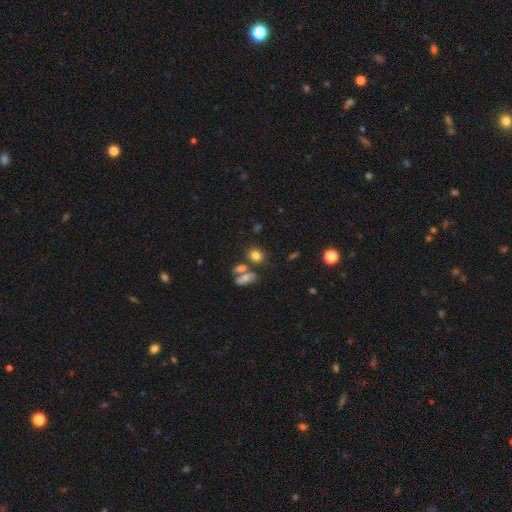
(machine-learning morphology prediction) type=smooth (78%); roundness=round (53%); merging=none (61%).